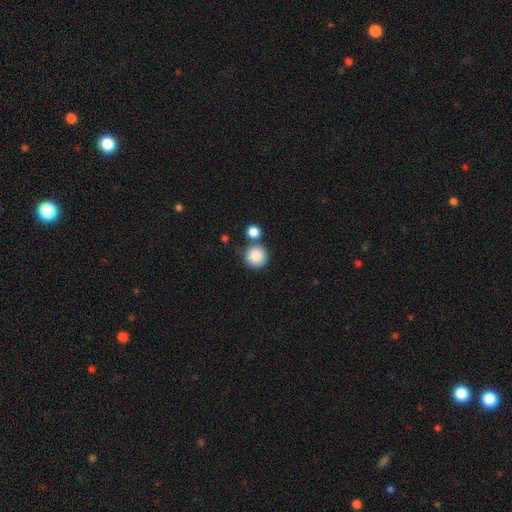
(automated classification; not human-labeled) Smooth or featured? smooth (87%)
How rounded? round (94%)
Merging? none (71%)